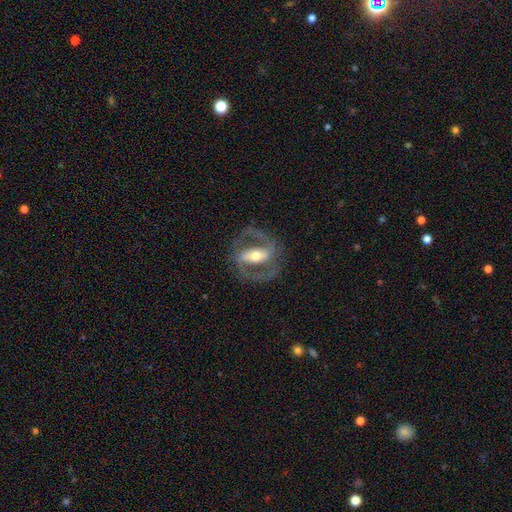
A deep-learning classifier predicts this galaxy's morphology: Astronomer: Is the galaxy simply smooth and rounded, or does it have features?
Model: featured or disk — 85%.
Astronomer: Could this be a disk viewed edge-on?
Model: no — 94%.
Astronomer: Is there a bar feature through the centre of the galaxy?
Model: strong — 60%.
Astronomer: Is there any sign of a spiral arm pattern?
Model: yes — 85%.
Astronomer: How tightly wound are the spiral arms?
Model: medium — 57%.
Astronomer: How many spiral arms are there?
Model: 2 — 90%.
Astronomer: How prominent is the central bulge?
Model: moderate — 65%.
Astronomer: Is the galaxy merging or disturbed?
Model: none — 77%.